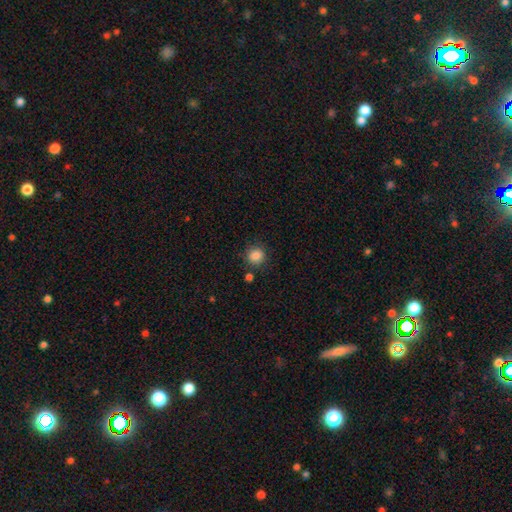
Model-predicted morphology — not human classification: Q: Smooth or featured?
A: smooth (86%); runner-up: star or artifact (10%)
Q: How rounded?
A: round (89%); runner-up: in between (11%)
Q: Merging?
A: none (83%); runner-up: minor disturbance (9%)